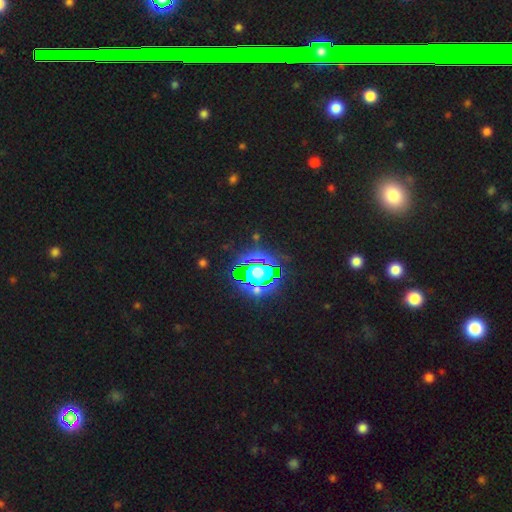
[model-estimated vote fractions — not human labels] Smooth or featured? Predicted: star or artifact (p=0.80).